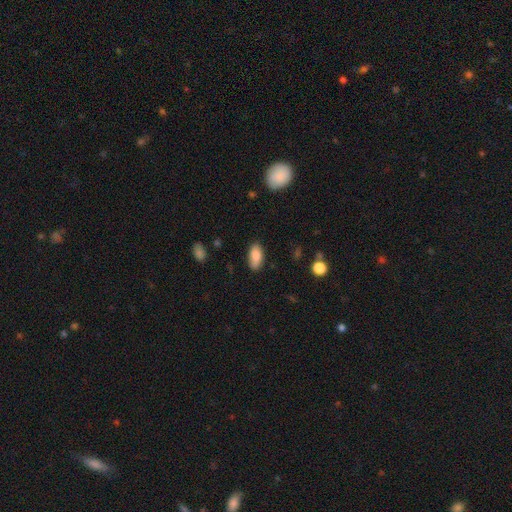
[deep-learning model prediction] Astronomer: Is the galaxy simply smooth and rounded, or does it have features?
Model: smooth — 84%.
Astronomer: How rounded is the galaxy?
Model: in between — 91%.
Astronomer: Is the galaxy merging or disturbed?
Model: none — 79%.